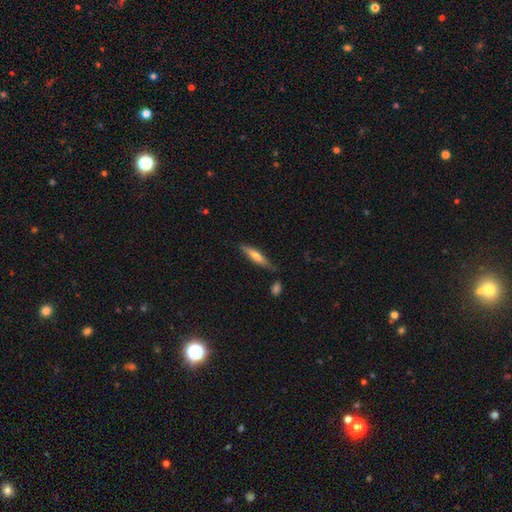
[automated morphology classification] Smooth or featured?
  - smooth: 57% *
  - featured or disk: 37%
  - star or artifact: 6%
How rounded?
  - cigar-shaped: 85% *
  - in between: 13%
  - round: 2%
Merging?
  - none: 75% *
  - minor disturbance: 17%
  - merger: 5%
  - major disturbance: 3%